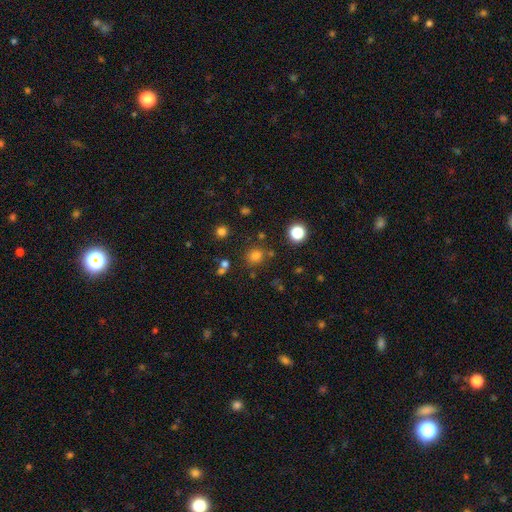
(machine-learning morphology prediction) Smooth or featured? smooth (76%)
How rounded? round (82%)
Merging? none (78%)